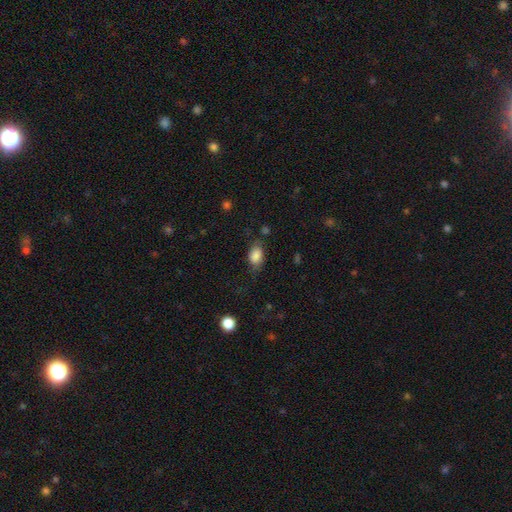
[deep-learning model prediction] Q: Smooth or featured?
A: smooth (80%); runner-up: featured or disk (11%)
Q: How rounded?
A: in between (86%); runner-up: round (11%)
Q: Merging?
A: none (55%); runner-up: minor disturbance (28%)